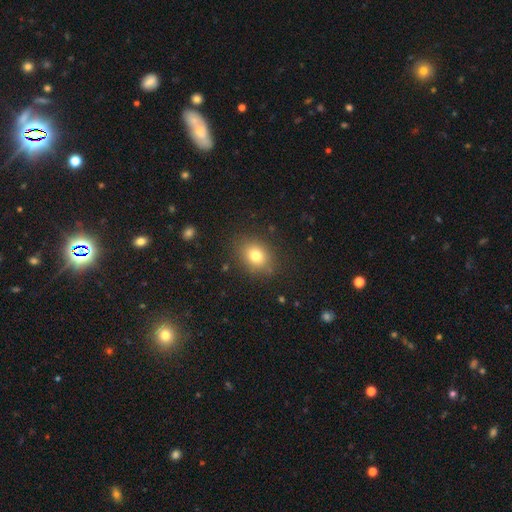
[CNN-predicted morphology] Smooth or featured: smooth — 77% (star or artifact — 12%)
How rounded: round — 50% (in between — 49%)
Merging: none — 84% (minor disturbance — 10%)